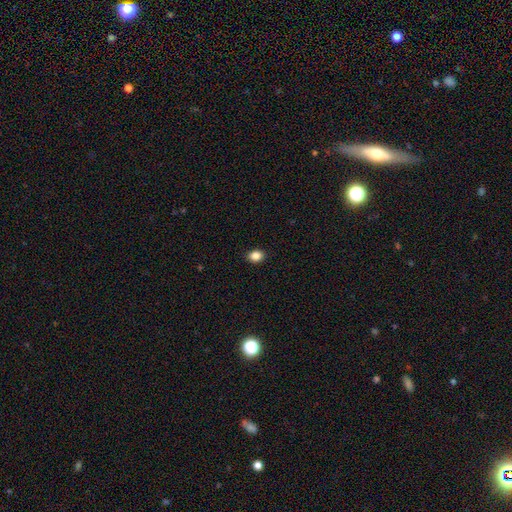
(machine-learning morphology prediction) Overall: smooth (86%). How rounded: in between (65%; round 34%). Merging: none (90%).